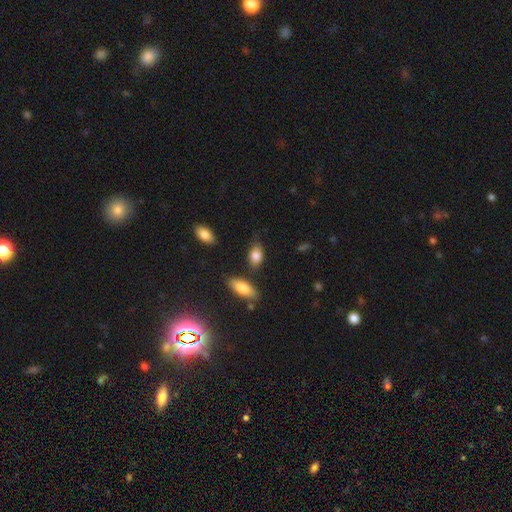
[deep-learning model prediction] smooth-or-featured: smooth: 84% | featured or disk: 9% | star or artifact: 7%
  how-rounded: in between: 89% | round: 8% | cigar-shaped: 3%
  merging: none: 72% | minor disturbance: 18% | merger: 6% | major disturbance: 4%